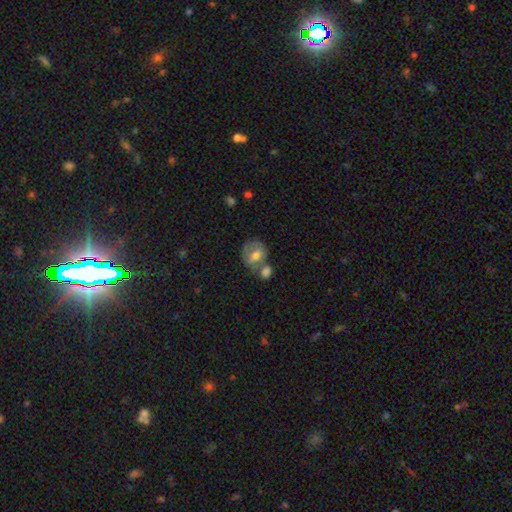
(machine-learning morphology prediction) Smooth or featured: smooth — 62% (featured or disk — 30%)
How rounded: in between — 51% (round — 47%)
Merging: merger — 41% (none — 36%)